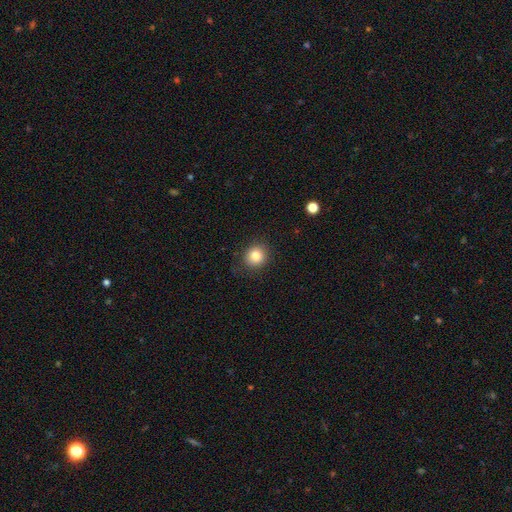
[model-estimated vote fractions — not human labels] smooth 83%, star or artifact 11%, featured or disk 7%. Down the decision tree: how rounded — round (84%); merging — none (87%).